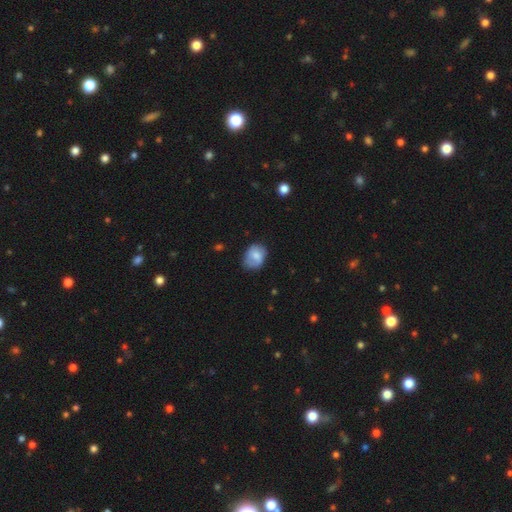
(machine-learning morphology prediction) A smooth galaxy with no disk features (76%) that is in between round and cigar-shaped (64%). Merging: none (60%).